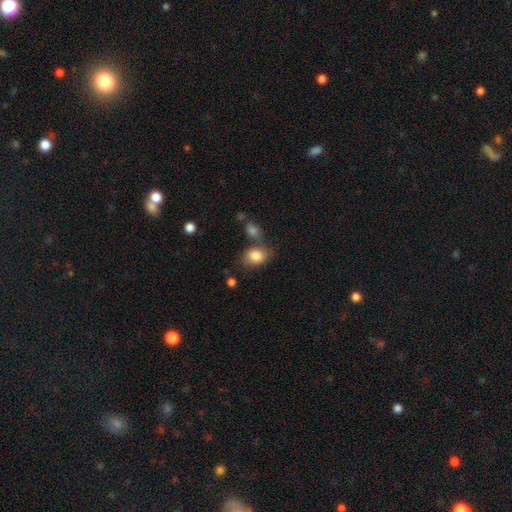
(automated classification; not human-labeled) A smooth galaxy with no disk features (84%) that is in between round and cigar-shaped (63%). Merging: none (57%).